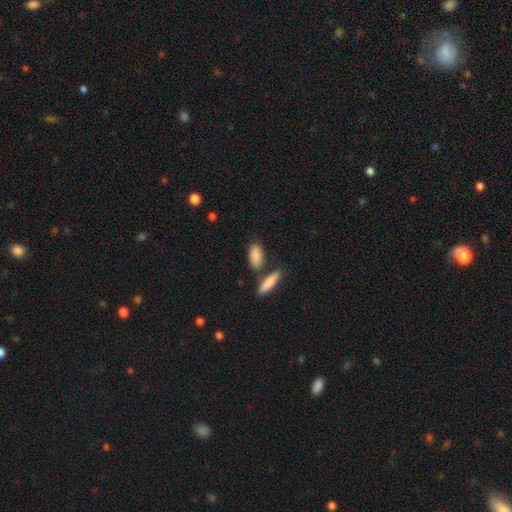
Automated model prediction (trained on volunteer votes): Q: Smooth or featured?
A: smooth (88%); runner-up: featured or disk (6%)
Q: How rounded?
A: in between (84%); runner-up: cigar-shaped (12%)
Q: Merging?
A: none (68%); runner-up: merger (16%)